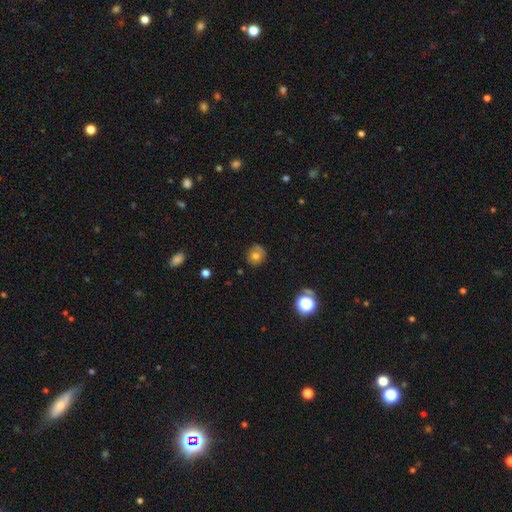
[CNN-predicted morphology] Q: Smooth or featured?
A: smooth (69%); runner-up: featured or disk (17%)
Q: How rounded?
A: round (83%); runner-up: in between (16%)
Q: Merging?
A: none (80%); runner-up: minor disturbance (15%)